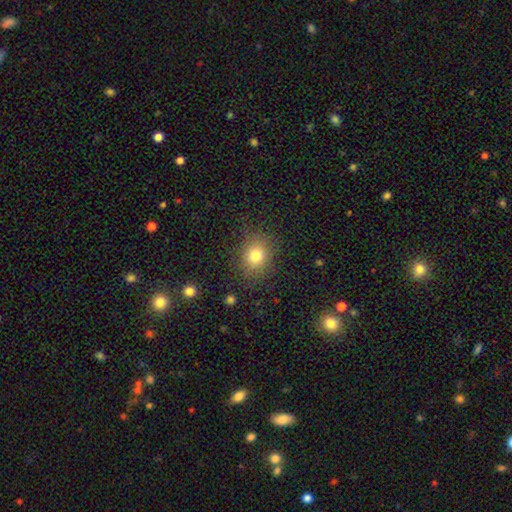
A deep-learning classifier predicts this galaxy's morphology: This appears to be a smooth galaxy with no disk features (77%) that is round (68%). Merging: none (83%).